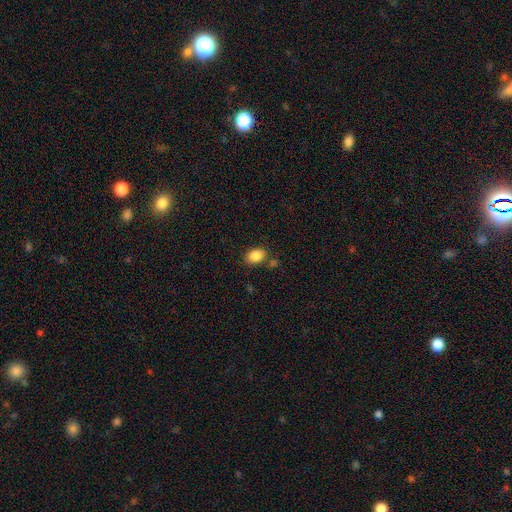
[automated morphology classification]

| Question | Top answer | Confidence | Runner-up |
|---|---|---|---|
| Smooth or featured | smooth | 87% | star or artifact (8%) |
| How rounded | in between | 82% | round (17%) |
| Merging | none | 74% | minor disturbance (13%) |